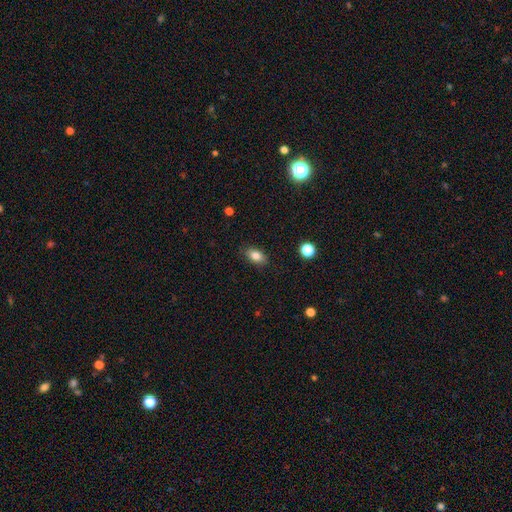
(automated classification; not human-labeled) This appears to be a smooth galaxy with no disk features (84%) that is in between round and cigar-shaped (87%). Merging: none (86%).